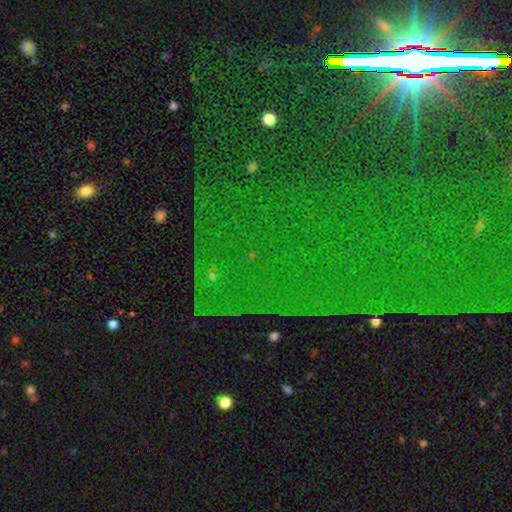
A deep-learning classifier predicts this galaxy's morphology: star or artifact 85%, featured or disk 8%, smooth 7%.